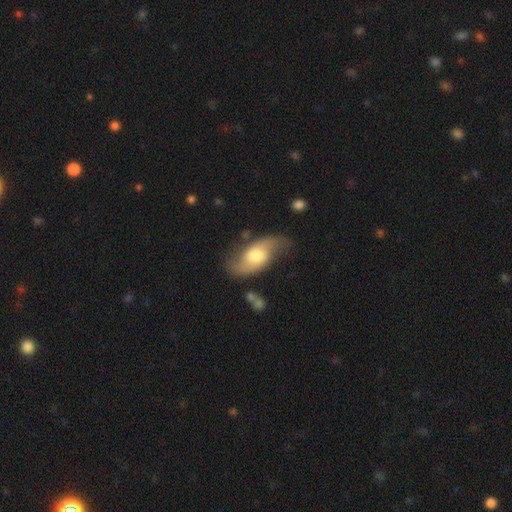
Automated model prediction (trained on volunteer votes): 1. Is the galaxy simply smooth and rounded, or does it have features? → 62% featured or disk, 32% smooth, 6% star or artifact.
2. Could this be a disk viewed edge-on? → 90% no, 10% yes.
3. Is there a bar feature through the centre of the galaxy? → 62% no, 31% weak, 7% strong.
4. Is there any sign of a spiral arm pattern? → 86% yes, 14% no.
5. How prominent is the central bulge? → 59% moderate, 22% large, 14% small, 2% dominant, 2% none.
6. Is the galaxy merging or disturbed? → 67% none, 22% minor disturbance, 9% major disturbance, 3% merger.